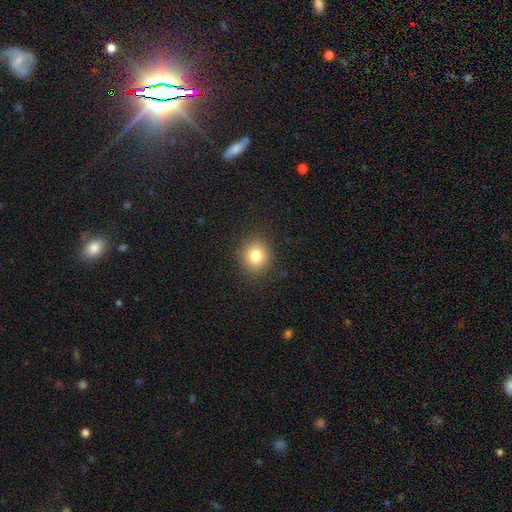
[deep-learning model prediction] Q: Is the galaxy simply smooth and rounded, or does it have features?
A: smooth — 80%.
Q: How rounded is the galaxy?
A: round — 81%.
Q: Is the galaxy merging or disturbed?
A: none — 89%.